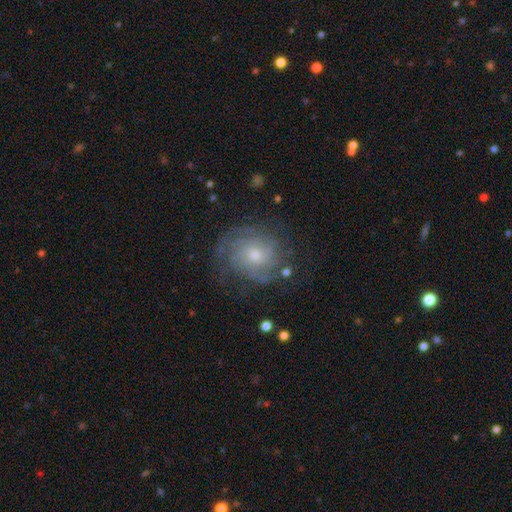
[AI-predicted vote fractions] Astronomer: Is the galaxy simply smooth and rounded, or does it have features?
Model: featured or disk — 76%.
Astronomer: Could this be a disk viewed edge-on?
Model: no — 97%.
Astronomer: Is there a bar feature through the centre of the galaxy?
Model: no — 74%.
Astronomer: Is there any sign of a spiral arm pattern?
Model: yes — 93%.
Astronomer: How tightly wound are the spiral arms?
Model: tight — 64%.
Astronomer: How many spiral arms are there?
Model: can't tell — 39% (runner-up: 2, 20%).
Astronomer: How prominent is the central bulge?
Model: moderate — 52% (runner-up: small, 41%).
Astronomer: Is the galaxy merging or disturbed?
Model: none — 74%.